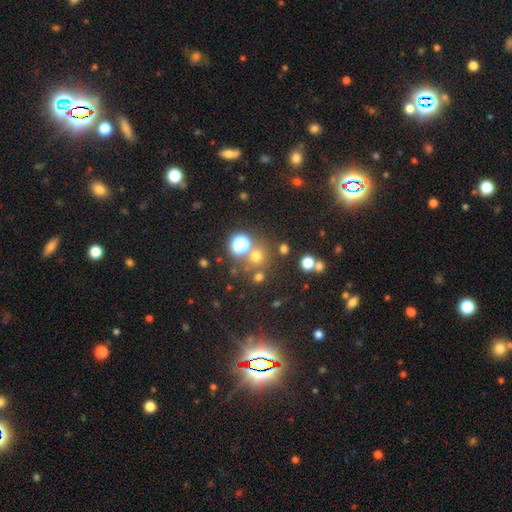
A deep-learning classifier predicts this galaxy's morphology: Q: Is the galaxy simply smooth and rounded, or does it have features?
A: smooth — 64%.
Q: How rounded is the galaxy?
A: round — 92%.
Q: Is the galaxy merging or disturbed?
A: none — 75%.